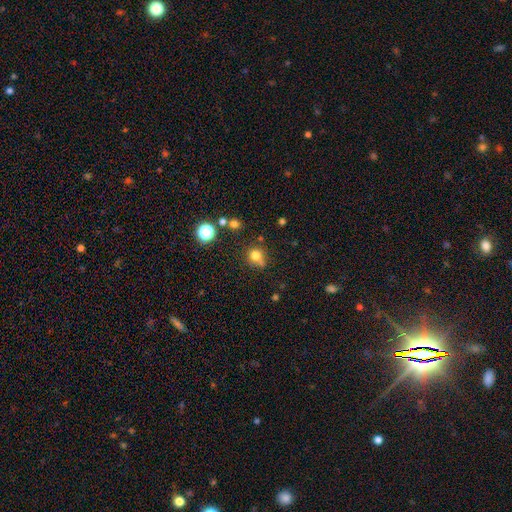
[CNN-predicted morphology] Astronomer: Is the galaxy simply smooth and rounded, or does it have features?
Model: smooth — 75%.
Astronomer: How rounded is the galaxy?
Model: round — 83%.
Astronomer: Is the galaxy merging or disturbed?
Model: none — 56%.